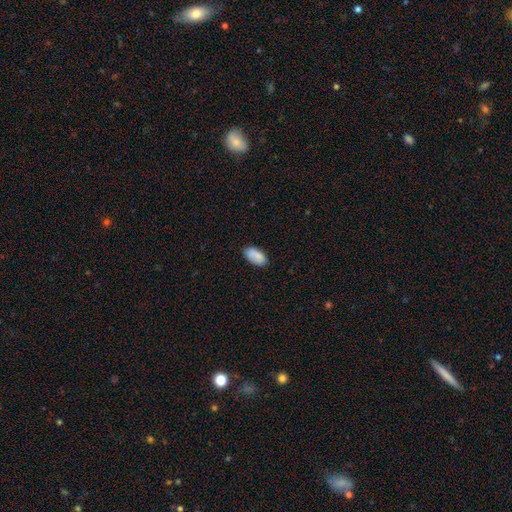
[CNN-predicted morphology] Overall: smooth (86%). How rounded: in between (94%). Merging: none (84%).